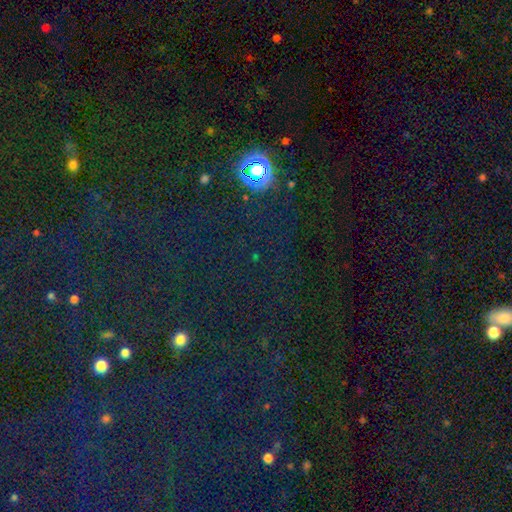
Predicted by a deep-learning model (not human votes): This is likely a star or artifact rather than a galaxy (77%).